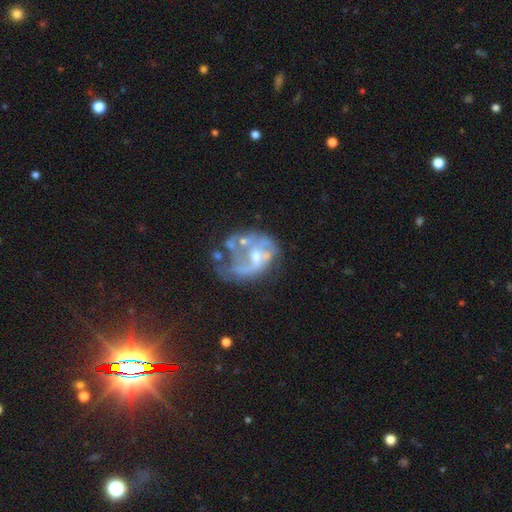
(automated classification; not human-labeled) Morphology: type=featured or disk (65%); edge-on=no (97%); bar=no (74%); spiral arms=no (58%); bulge=small (42%); merging=major disturbance (34%).